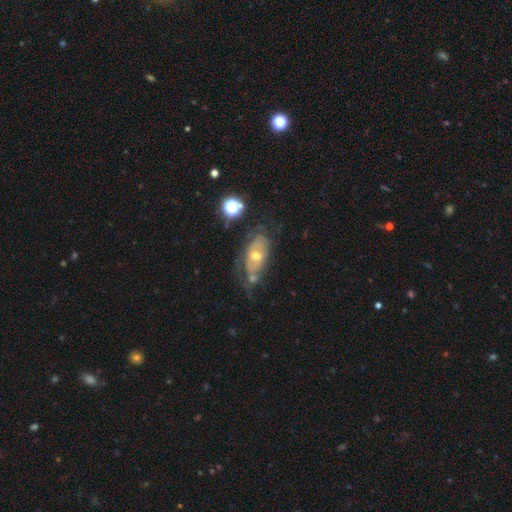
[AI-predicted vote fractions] Morphology: type=featured or disk (65%); edge-on=no (90%); bar=no (75%); spiral arms=yes (60%); bulge=moderate (67%); merging=none (44%).